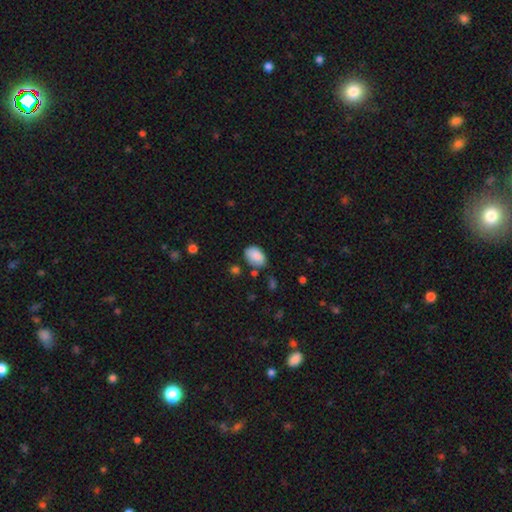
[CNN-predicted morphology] Smooth or featured?
  - smooth: 87% *
  - star or artifact: 7%
  - featured or disk: 6%
How rounded?
  - in between: 88% *
  - round: 11%
  - cigar-shaped: 1%
Merging?
  - none: 68% *
  - minor disturbance: 23%
  - major disturbance: 5%
  - merger: 4%